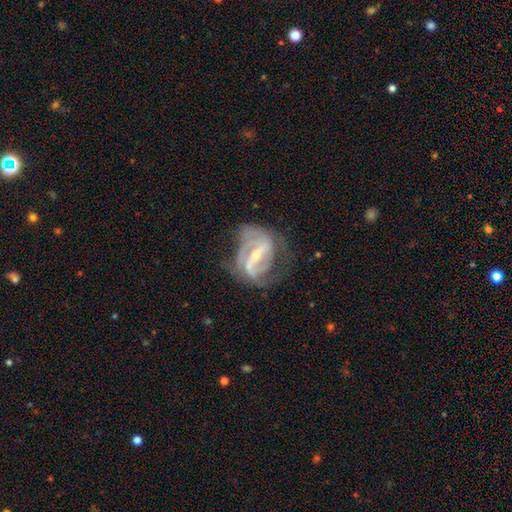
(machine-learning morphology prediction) The model was most divided on "spiral winding": medium: 45%, tight: 30%, loose: 25%. Remaining: edge-on disk — no (96%); spiral arms — yes (91%); smooth or featured — featured or disk (86%); bar — strong (64%); spiral arm count — 2 (63%); bulge size — small (56%); merging — none (49%).